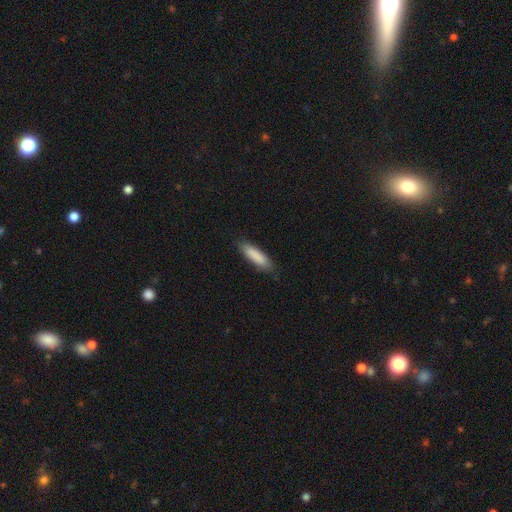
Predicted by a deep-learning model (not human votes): Smooth or featured? Predicted: smooth (p=0.87). How rounded? Predicted: cigar-shaped (p=0.65). Merging? Predicted: none (p=0.84).